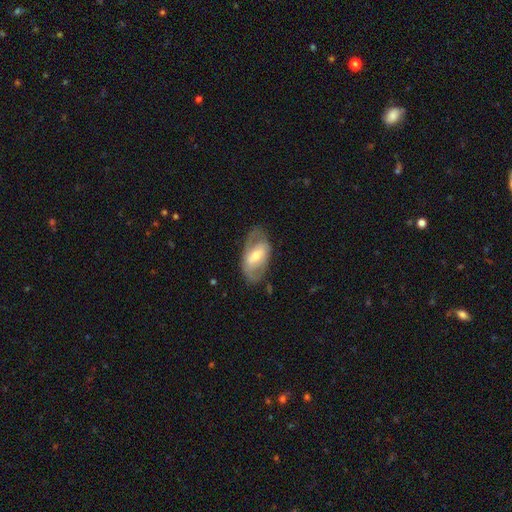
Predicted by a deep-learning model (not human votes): featured or disk 66%, smooth 28%, star or artifact 6%. Down the decision tree: edge-on disk — no (92%); bar — weak (41%); spiral arms — yes (68%); bulge size — moderate (55%); merging — none (71%).